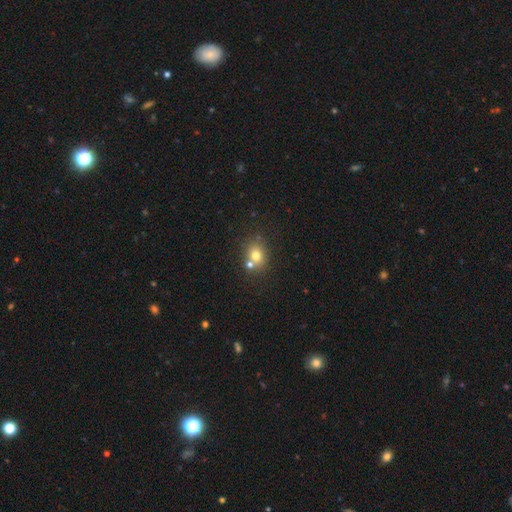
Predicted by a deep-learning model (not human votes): Overall: smooth (72%). How rounded: round (61%; in between 38%). Merging: none (59%; merger 27%).